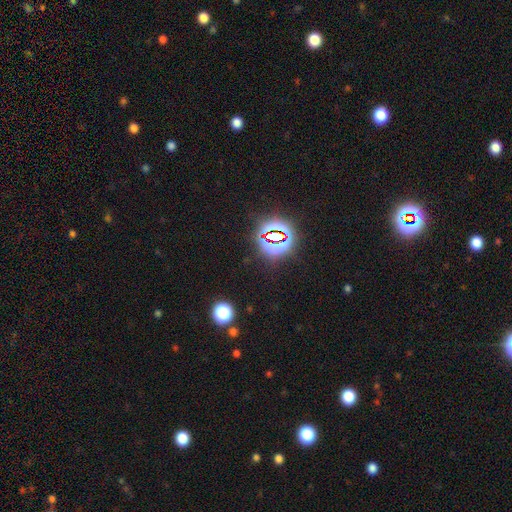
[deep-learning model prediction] This appears to be a star or artifact, not a galaxy (81%).